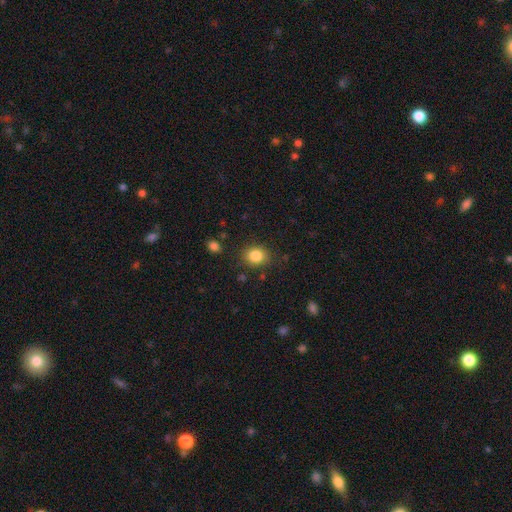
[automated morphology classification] Smooth or featured? Predicted: smooth (p=0.85). How rounded? Predicted: round (p=0.63). Merging? Predicted: none (p=0.83).